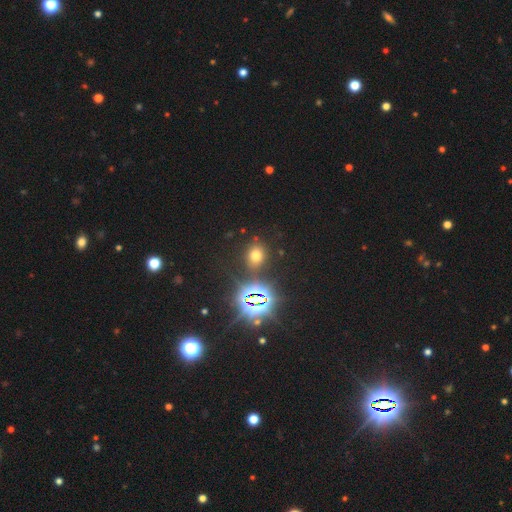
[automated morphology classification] smooth 57%, star or artifact 34%, featured or disk 8%. Down the decision tree: how rounded — round (57%); merging — none (82%).